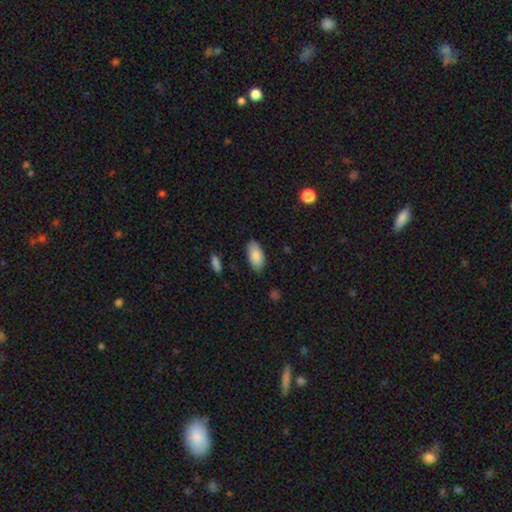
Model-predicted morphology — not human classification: smooth-or-featured: smooth: 86% | featured or disk: 8% | star or artifact: 6%
  how-rounded: in between: 94% | cigar-shaped: 3% | round: 2%
  merging: none: 82% | minor disturbance: 14% | major disturbance: 3% | merger: 1%